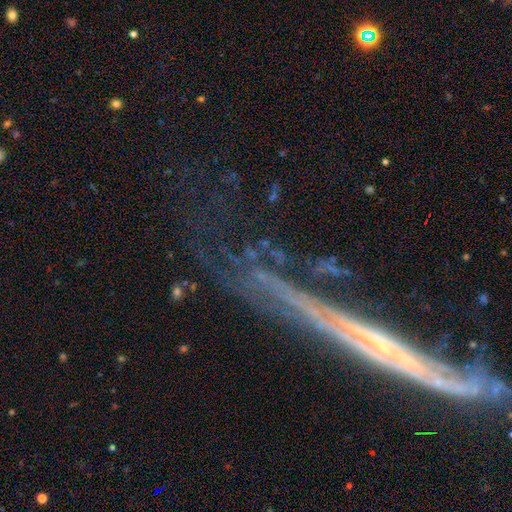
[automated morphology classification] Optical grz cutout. It shows a featured or disk galaxy (48%). Merging: none (63%).